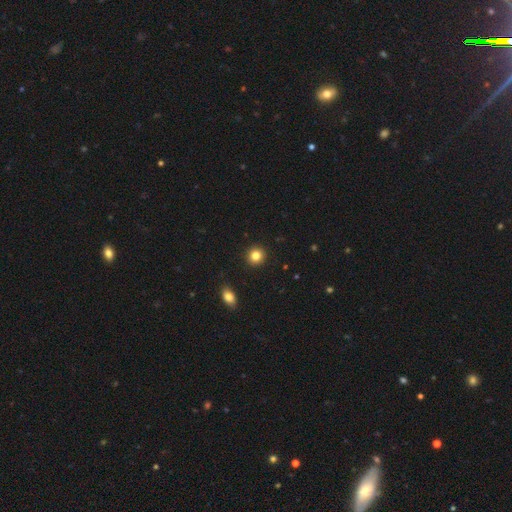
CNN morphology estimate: type=smooth (84%); roundness=round (89%); merging=none (92%).